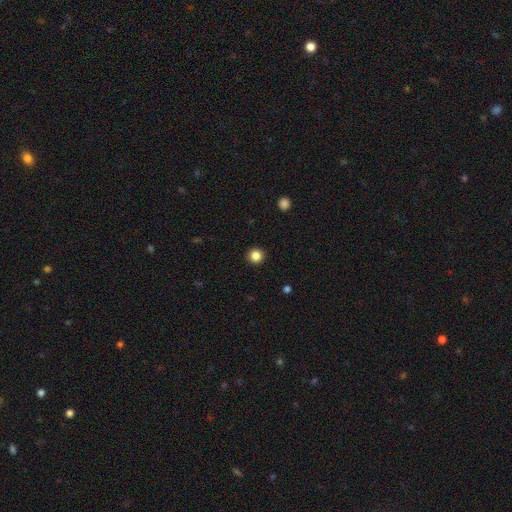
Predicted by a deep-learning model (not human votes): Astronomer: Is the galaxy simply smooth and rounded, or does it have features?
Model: smooth — 85%.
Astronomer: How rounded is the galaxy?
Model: round — 94%.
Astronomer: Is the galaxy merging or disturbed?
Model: none — 93%.